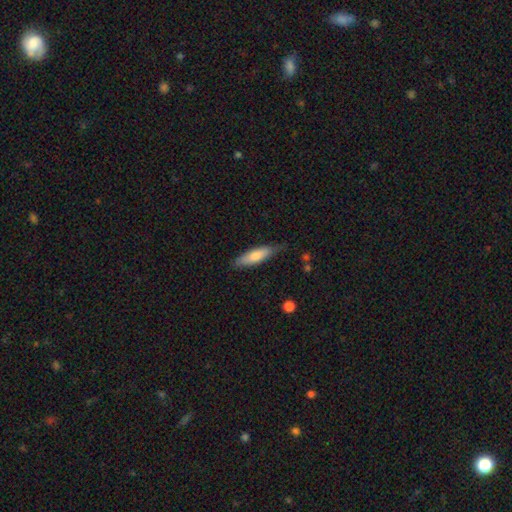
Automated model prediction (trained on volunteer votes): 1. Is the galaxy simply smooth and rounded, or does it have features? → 72% smooth, 22% featured or disk, 5% star or artifact.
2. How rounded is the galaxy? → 63% cigar-shaped, 36% in between, 2% round.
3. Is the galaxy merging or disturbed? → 73% none, 21% minor disturbance, 4% major disturbance, 2% merger.